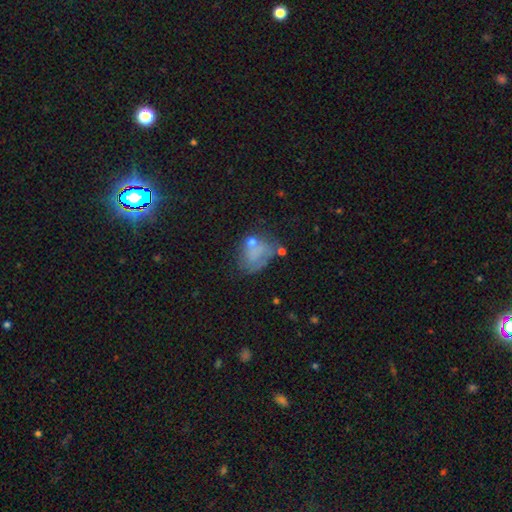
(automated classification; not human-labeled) smooth_or_featured: smooth (p=0.57) [alt: featured or disk p=0.31]
how_rounded: in between (p=0.60) [alt: round p=0.38]
merging: none (p=0.33) [alt: major disturbance p=0.29]